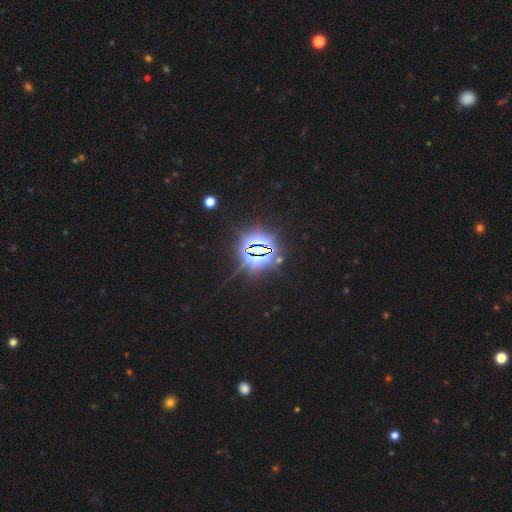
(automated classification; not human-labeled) A star or artifact, not a galaxy (85%).

Vote fractions:
- Smooth or featured? star or artifact: 85% / smooth: 8% / featured or disk: 7%